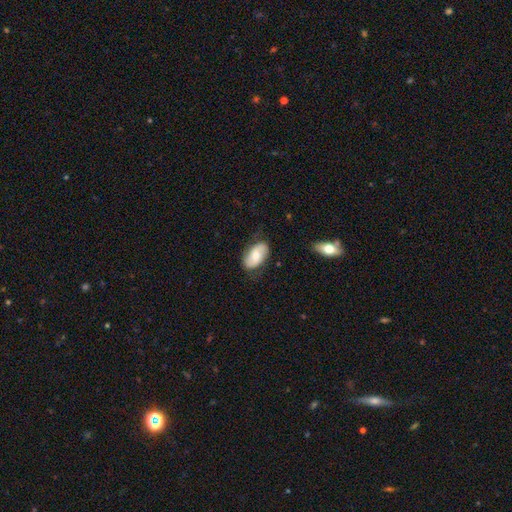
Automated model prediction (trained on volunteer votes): smooth_or_featured: smooth (p=0.56) [alt: featured or disk p=0.38]
how_rounded: in between (p=0.94) [alt: round p=0.04]
merging: none (p=0.74) [alt: minor disturbance p=0.20]